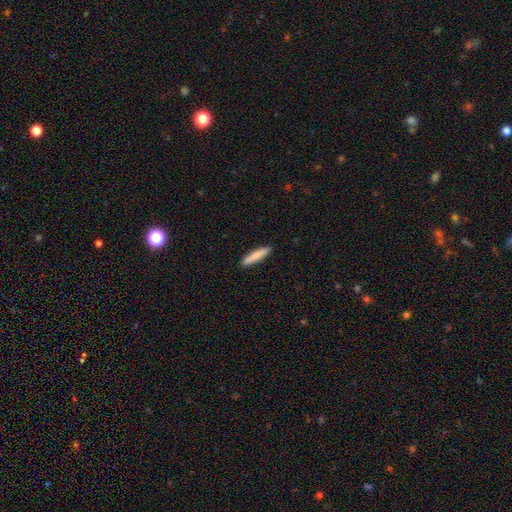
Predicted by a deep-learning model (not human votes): Q: Smooth or featured?
A: smooth (83%); runner-up: featured or disk (11%)
Q: How rounded?
A: cigar-shaped (89%); runner-up: in between (10%)
Q: Merging?
A: none (91%); runner-up: minor disturbance (6%)